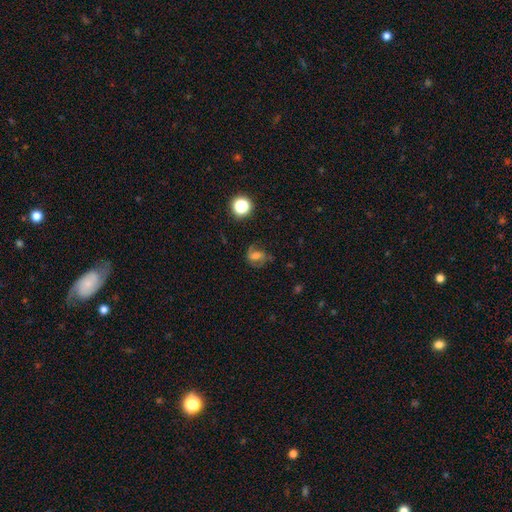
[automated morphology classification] A smooth galaxy with no disk features (46%). Merging: none (54%).